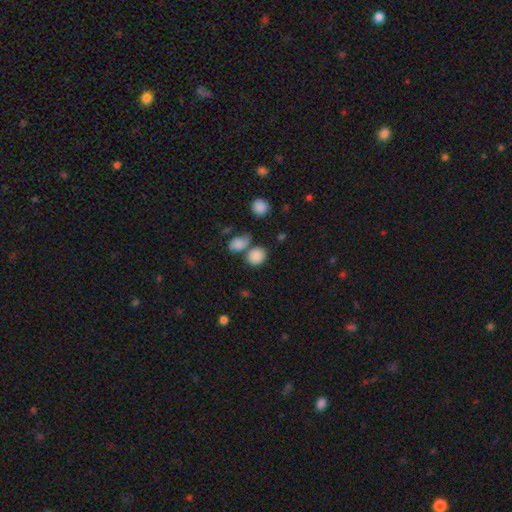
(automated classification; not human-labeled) Morphology: type=smooth (85%); roundness=round (65%); merging=none (53%).